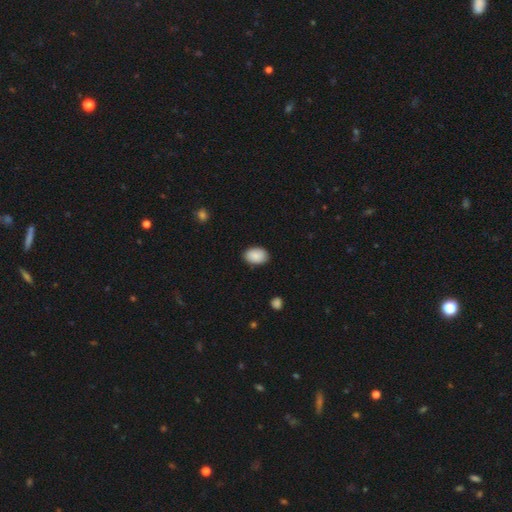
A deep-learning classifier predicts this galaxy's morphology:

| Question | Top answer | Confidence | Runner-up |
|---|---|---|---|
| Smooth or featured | smooth | 90% | star or artifact (6%) |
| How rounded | in between | 88% | round (11%) |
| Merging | none | 87% | minor disturbance (10%) |